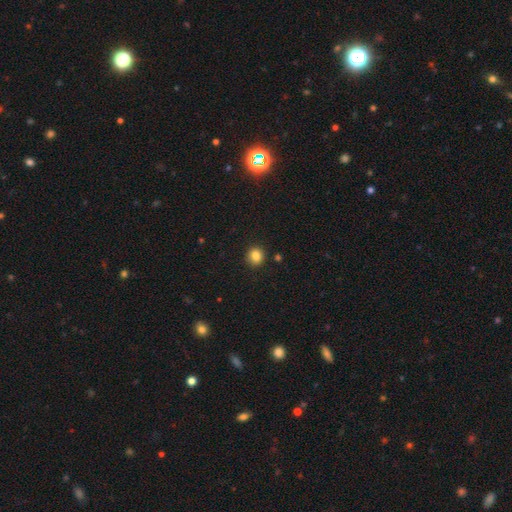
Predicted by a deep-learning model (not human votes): Smooth or featured? Predicted: smooth (p=0.85). How rounded? Predicted: round (p=0.84). Merging? Predicted: none (p=0.89).